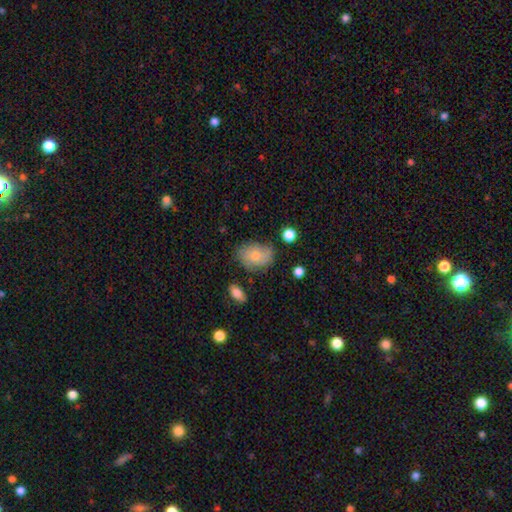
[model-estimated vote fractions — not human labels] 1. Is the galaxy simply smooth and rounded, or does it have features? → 69% smooth, 23% featured or disk, 8% star or artifact.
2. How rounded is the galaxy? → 74% in between, 24% round, 1% cigar-shaped.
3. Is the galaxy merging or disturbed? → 64% none, 25% minor disturbance, 7% major disturbance, 3% merger.